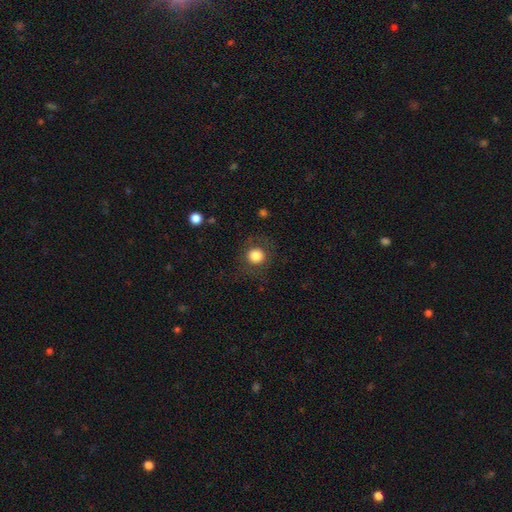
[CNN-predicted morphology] Smooth or featured?
  - smooth: 81% *
  - star or artifact: 10%
  - featured or disk: 9%
How rounded?
  - round: 92% *
  - in between: 7%
  - cigar-shaped: 1%
Merging?
  - none: 82% *
  - minor disturbance: 10%
  - major disturbance: 7%
  - merger: 1%